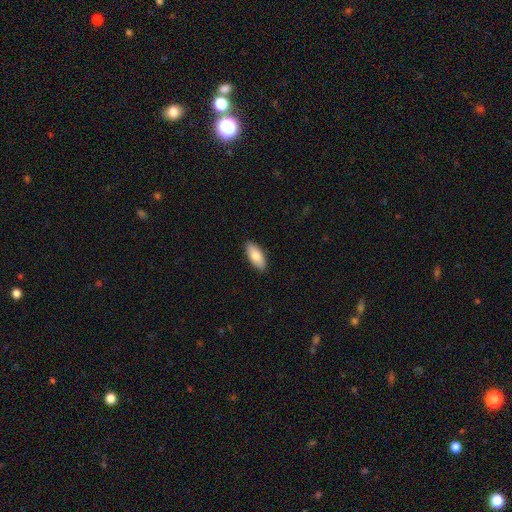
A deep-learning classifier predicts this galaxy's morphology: A smooth galaxy with no disk features (81%) that is in between round and cigar-shaped (86%). Merging: none (89%).